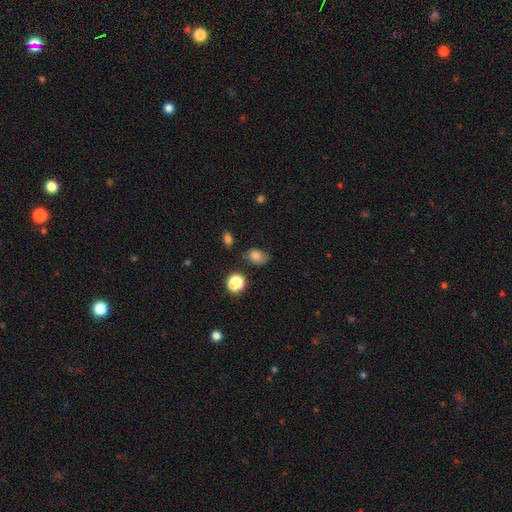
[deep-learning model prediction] Smooth or featured?
  - smooth: 79% *
  - star or artifact: 13%
  - featured or disk: 8%
How rounded?
  - in between: 78% *
  - round: 21%
  - cigar-shaped: 1%
Merging?
  - none: 69% *
  - minor disturbance: 21%
  - major disturbance: 5%
  - merger: 4%